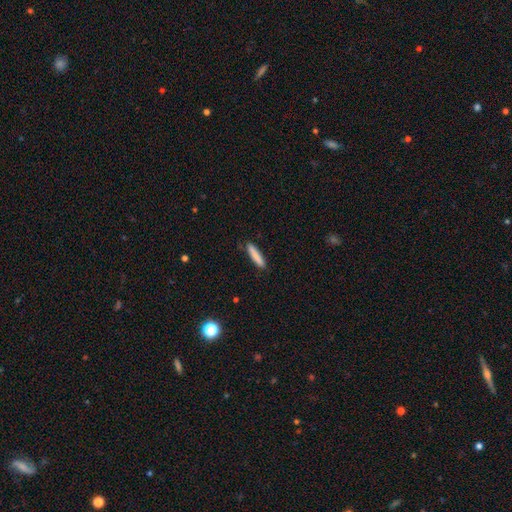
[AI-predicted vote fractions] Smooth or featured? Predicted: smooth (p=0.84). How rounded? Predicted: cigar-shaped (p=0.88). Merging? Predicted: none (p=0.88).